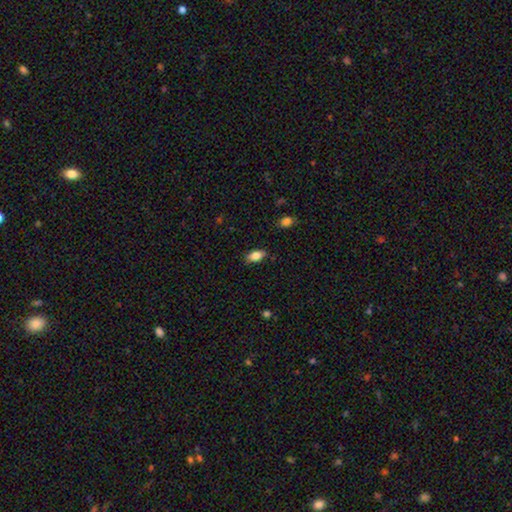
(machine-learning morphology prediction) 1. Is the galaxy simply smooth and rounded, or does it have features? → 83% smooth, 9% featured or disk, 8% star or artifact.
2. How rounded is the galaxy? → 90% in between, 5% cigar-shaped, 5% round.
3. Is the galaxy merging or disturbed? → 83% none, 13% minor disturbance, 3% major disturbance, 1% merger.